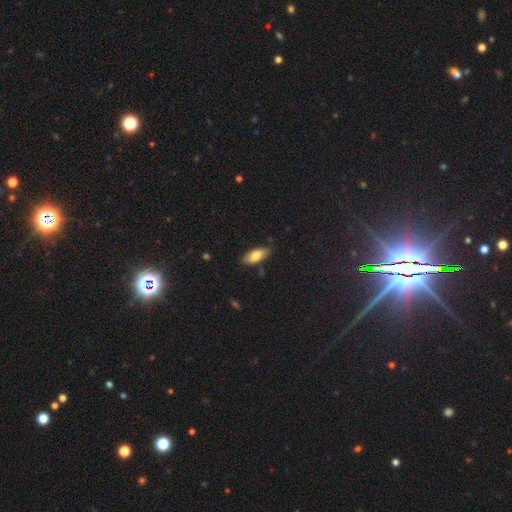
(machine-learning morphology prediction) smooth 80%, featured or disk 13%, star or artifact 7%. Down the decision tree: how rounded — in between (82%); merging — none (79%).